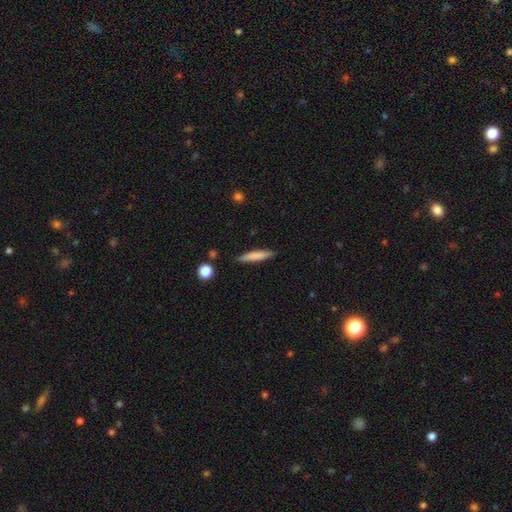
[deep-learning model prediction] Q: Smooth or featured?
A: smooth (77%); runner-up: featured or disk (17%)
Q: How rounded?
A: cigar-shaped (90%); runner-up: in between (9%)
Q: Merging?
A: none (86%); runner-up: minor disturbance (10%)